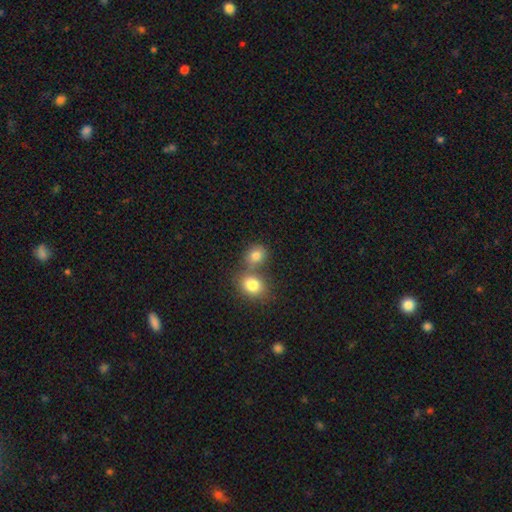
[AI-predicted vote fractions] smooth-or-featured: smooth: 80% | star or artifact: 12% | featured or disk: 8%
  how-rounded: round: 63% | in between: 36% | cigar-shaped: 1%
  merging: none: 45% | merger: 44% | minor disturbance: 8% | major disturbance: 3%